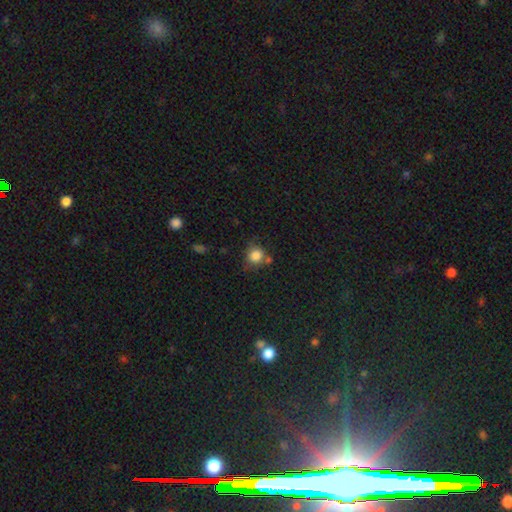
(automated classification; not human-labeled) Smooth or featured? Predicted: smooth (p=0.84). How rounded? Predicted: round (p=0.85). Merging? Predicted: none (p=0.62).